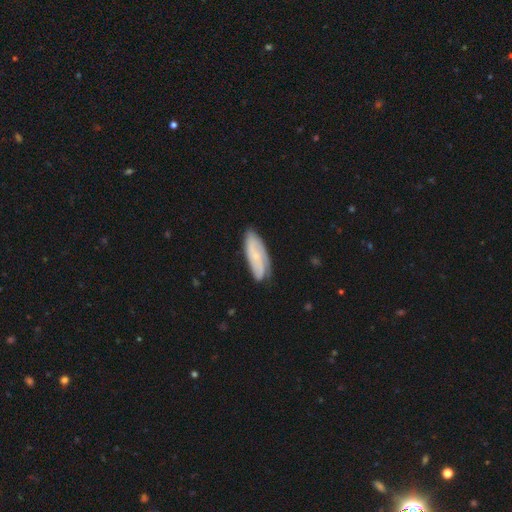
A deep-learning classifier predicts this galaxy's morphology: featured or disk 59%, smooth 35%, star or artifact 6%. Down the decision tree: edge-on disk — no (88%); bar — no (70%); spiral arms — yes (89%); bulge size — small (74%); merging — none (74%).